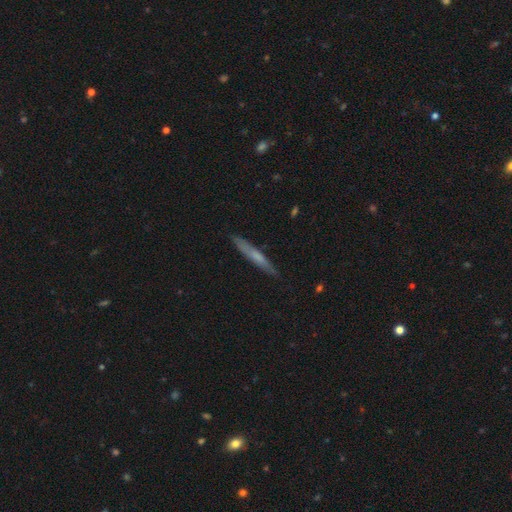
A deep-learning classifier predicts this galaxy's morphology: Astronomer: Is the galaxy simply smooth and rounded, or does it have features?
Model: smooth — 56% (runner-up: featured or disk, 38%).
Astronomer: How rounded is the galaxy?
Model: cigar-shaped — 95%.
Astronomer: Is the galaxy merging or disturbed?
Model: none — 86%.